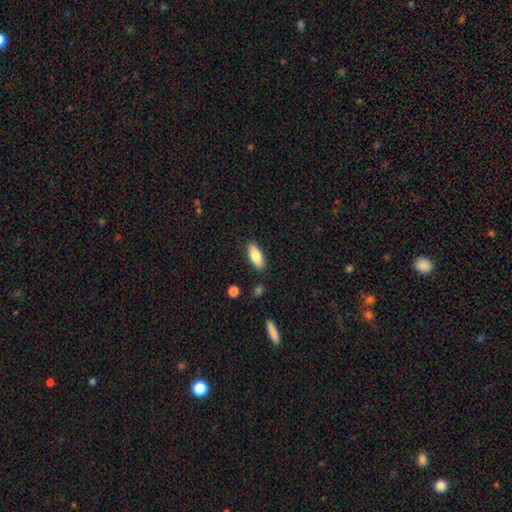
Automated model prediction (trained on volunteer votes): A smooth galaxy with no disk features (82%) that is in between round and cigar-shaped (82%).

Vote fractions:
- Smooth or featured? smooth: 82% / featured or disk: 11% / star or artifact: 6%
- How rounded? in between: 82% / cigar-shaped: 16% / round: 2%
- Merging? none: 87% / minor disturbance: 10% / major disturbance: 2% / merger: 2%